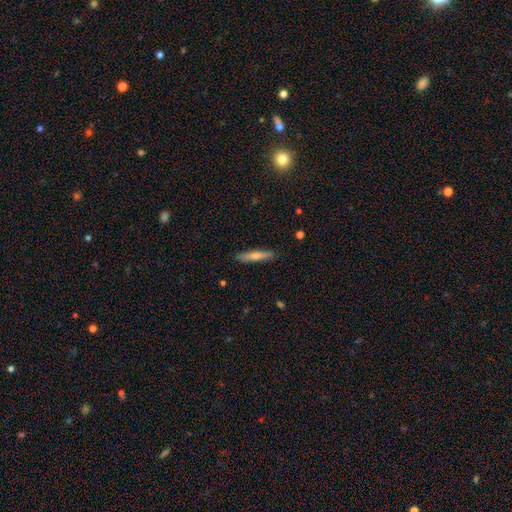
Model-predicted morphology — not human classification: Q: Smooth or featured?
A: smooth (65%); runner-up: featured or disk (29%)
Q: How rounded?
A: cigar-shaped (88%); runner-up: in between (10%)
Q: Merging?
A: none (88%); runner-up: minor disturbance (9%)